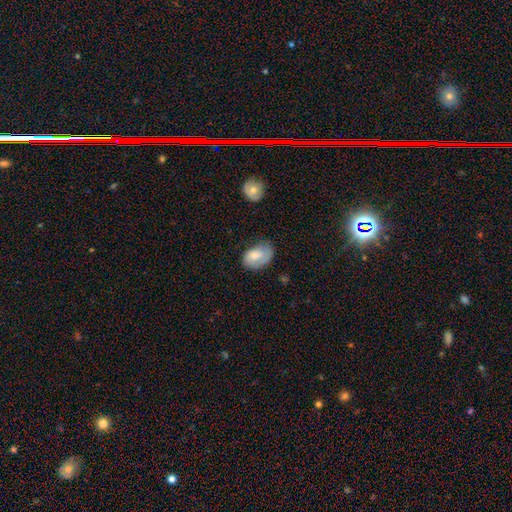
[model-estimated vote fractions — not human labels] A smooth galaxy with no disk features (69%) that is in between round and cigar-shaped (87%). Merging: none (53%).